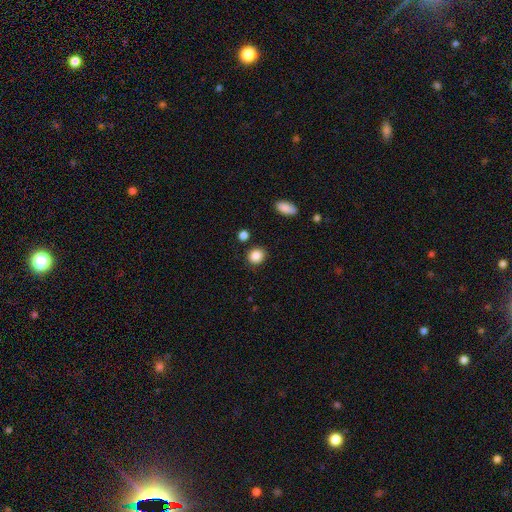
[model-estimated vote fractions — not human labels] Smooth or featured?
  - smooth: 87% *
  - star or artifact: 9%
  - featured or disk: 4%
How rounded?
  - round: 78% *
  - in between: 21%
  - cigar-shaped: 1%
Merging?
  - none: 87% *
  - minor disturbance: 8%
  - merger: 3%
  - major disturbance: 2%